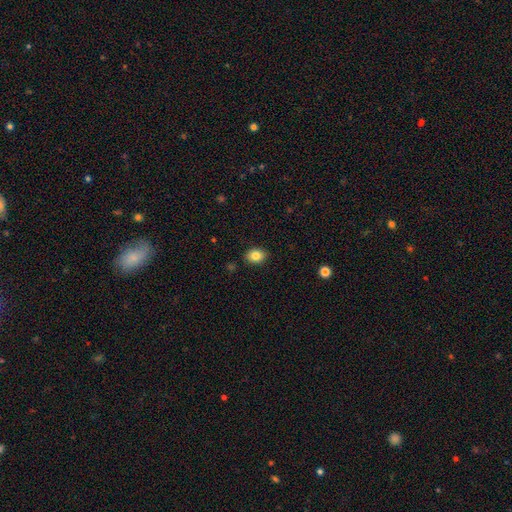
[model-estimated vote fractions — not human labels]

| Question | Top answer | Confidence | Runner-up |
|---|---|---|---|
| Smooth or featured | smooth | 84% | star or artifact (9%) |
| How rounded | in between | 68% | round (31%) |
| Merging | none | 88% | minor disturbance (9%) |